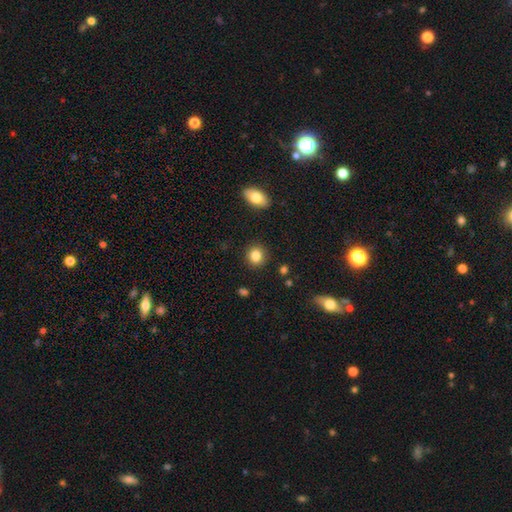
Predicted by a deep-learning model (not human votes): smooth_or_featured: smooth (p=0.85) [alt: star or artifact p=0.09]
how_rounded: round (p=0.84) [alt: in between p=0.15]
merging: none (p=0.90) [alt: minor disturbance p=0.06]